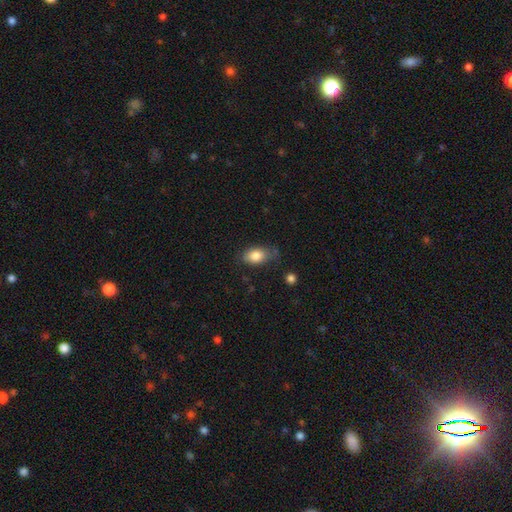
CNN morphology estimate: The model was most divided on "merging": none: 65%, minor disturbance: 25%, major disturbance: 6%, merger: 3%. More confident: how rounded — in between (87%); smooth or featured — smooth (83%).